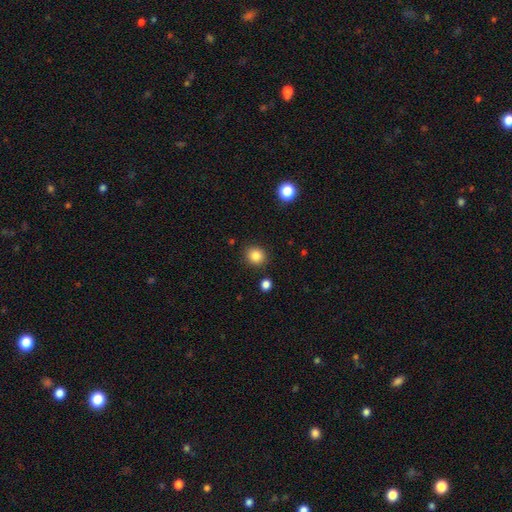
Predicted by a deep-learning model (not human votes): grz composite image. It shows a smooth galaxy with no disk features (85%) that is round (86%). Merging: none (88%).